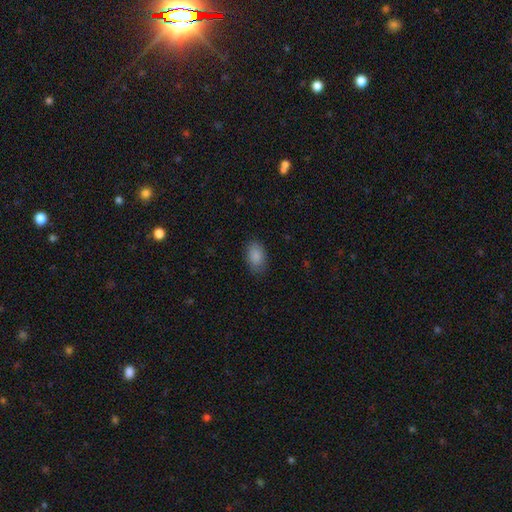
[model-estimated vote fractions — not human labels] smooth 88%, star or artifact 7%, featured or disk 4%. Down the decision tree: how rounded — in between (90%); merging — none (84%).